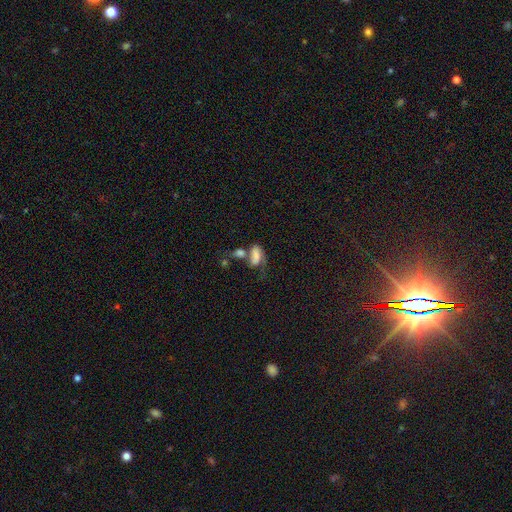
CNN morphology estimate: Smooth or featured? smooth (63%)
How rounded? in between (86%)
Merging? merger (42%)